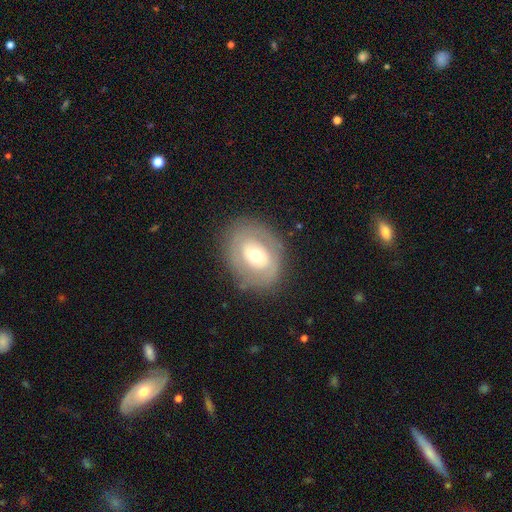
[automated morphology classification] Smooth or featured: featured or disk — 56% (smooth — 36%)
Edge-on disk: no — 94% (yes — 6%)
Bar: no — 71% (weak — 21%)
Spiral arms: no — 64% (yes — 36%)
Bulge size: moderate — 65% (small — 24%)
Merging: none — 77% (minor disturbance — 15%)